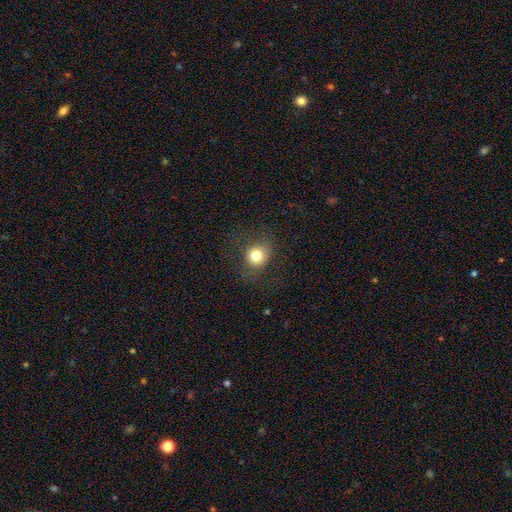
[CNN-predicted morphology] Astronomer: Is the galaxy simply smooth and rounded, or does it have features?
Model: smooth — 78%.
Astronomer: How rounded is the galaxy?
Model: round — 86%.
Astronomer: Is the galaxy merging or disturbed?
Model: none — 80%.